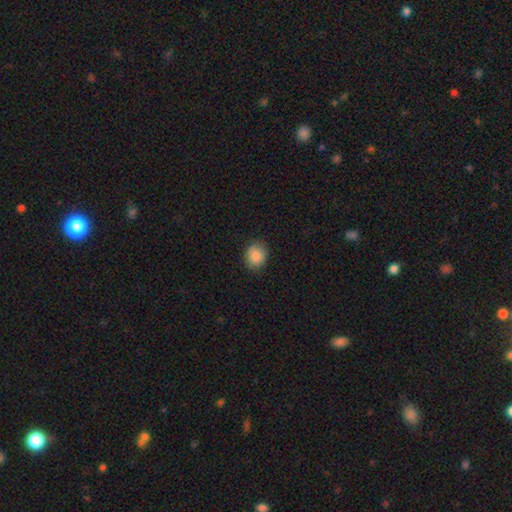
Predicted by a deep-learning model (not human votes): A smooth galaxy with no disk features (87%) that is round (64%). Merging: none (86%).